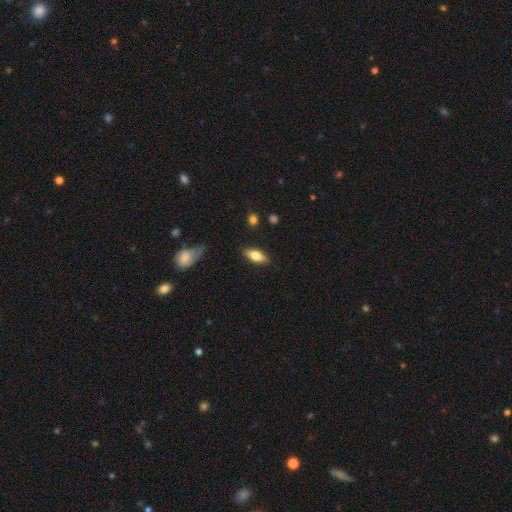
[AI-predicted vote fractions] Smooth or featured: smooth — 72% (featured or disk — 21%)
How rounded: in between — 79% (cigar-shaped — 19%)
Merging: none — 85% (minor disturbance — 11%)